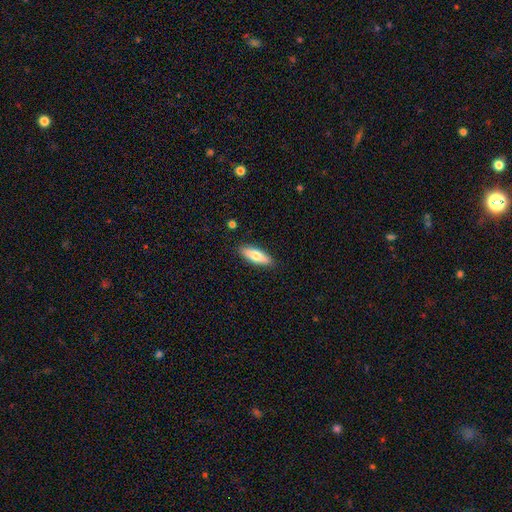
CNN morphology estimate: The model was most divided on "how rounded": in between: 53%, cigar-shaped: 44%, round: 2%. More confident: merging — none (88%); smooth or featured — smooth (72%).